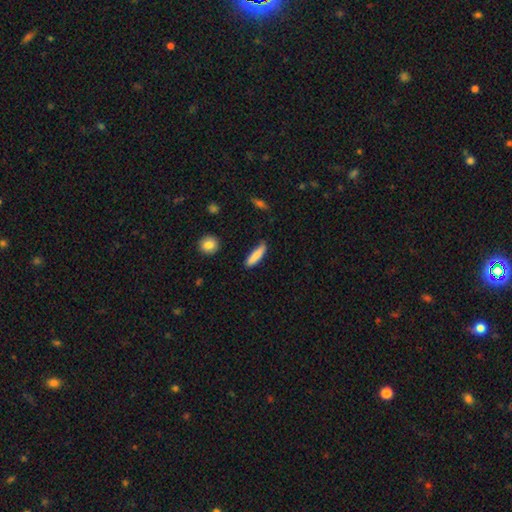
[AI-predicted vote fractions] Q: Smooth or featured?
A: smooth (85%); runner-up: featured or disk (9%)
Q: How rounded?
A: cigar-shaped (78%); runner-up: in between (21%)
Q: Merging?
A: none (81%); runner-up: minor disturbance (14%)